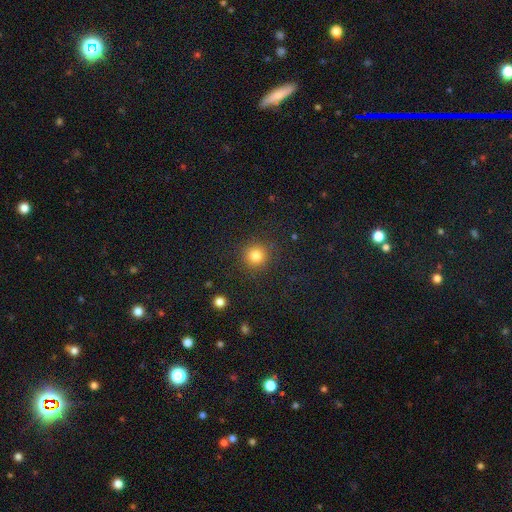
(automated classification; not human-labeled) Overall: smooth (82%). How rounded: round (93%). Merging: none (89%).